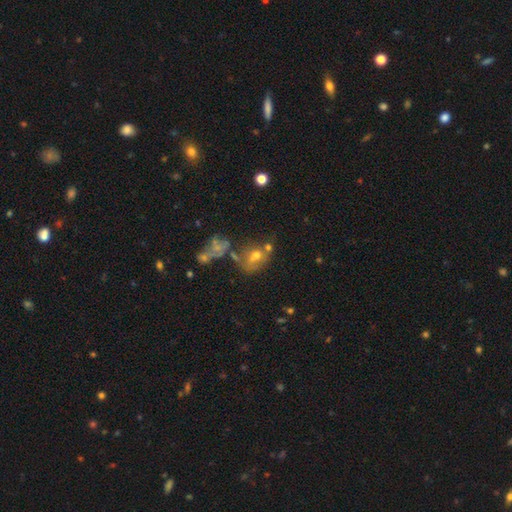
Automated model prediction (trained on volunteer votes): smooth 45%, featured or disk 35%, star or artifact 20%. Down the decision tree: merging — none (36%).